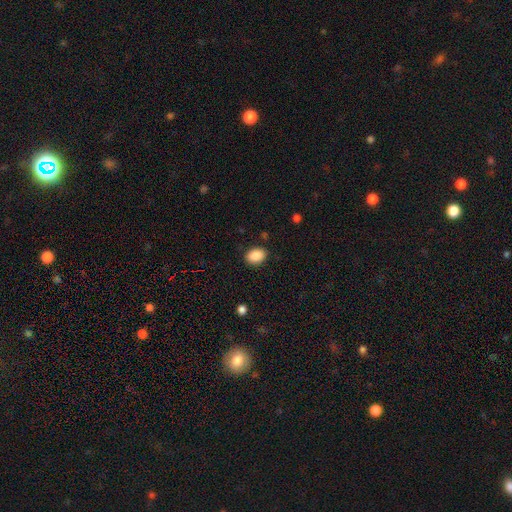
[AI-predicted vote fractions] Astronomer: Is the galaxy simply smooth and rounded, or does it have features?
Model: smooth — 88%.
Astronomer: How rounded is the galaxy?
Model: in between — 73%.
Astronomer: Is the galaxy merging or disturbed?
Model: none — 87%.